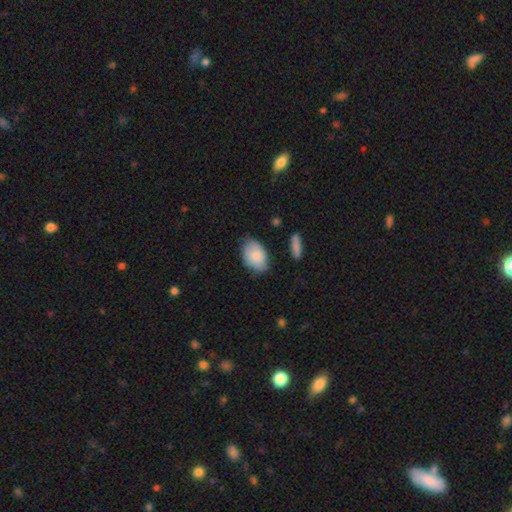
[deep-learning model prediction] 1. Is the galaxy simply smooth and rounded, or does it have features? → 86% smooth, 8% featured or disk, 6% star or artifact.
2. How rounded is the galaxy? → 88% in between, 11% round, 1% cigar-shaped.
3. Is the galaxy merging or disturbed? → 73% none, 21% minor disturbance, 4% major disturbance, 2% merger.